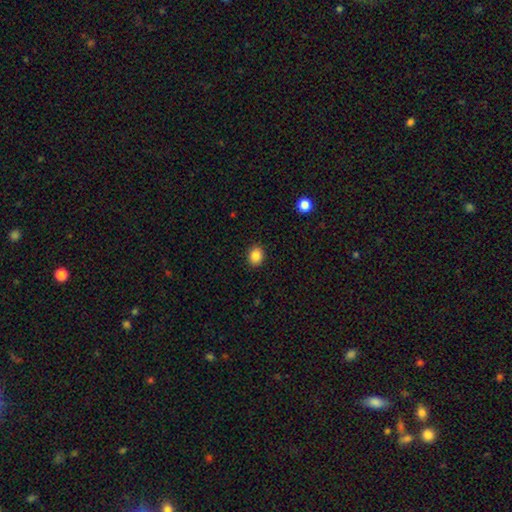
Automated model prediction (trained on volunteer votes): Smooth or featured: smooth — 86% (star or artifact — 10%)
How rounded: round — 58% (in between — 41%)
Merging: none — 90% (minor disturbance — 7%)